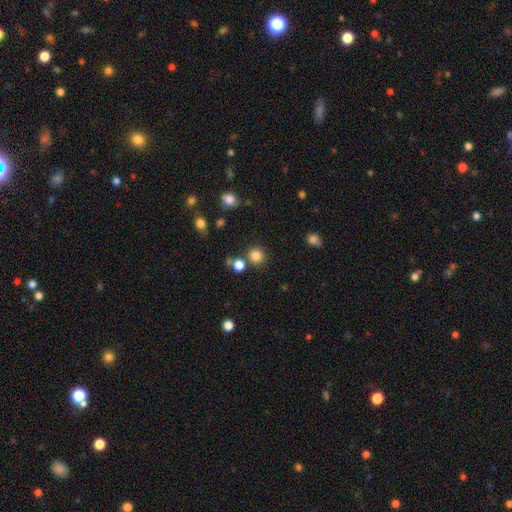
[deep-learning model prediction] Q: Smooth or featured?
A: smooth (82%); runner-up: star or artifact (14%)
Q: How rounded?
A: round (91%); runner-up: in between (8%)
Q: Merging?
A: none (82%); runner-up: merger (8%)